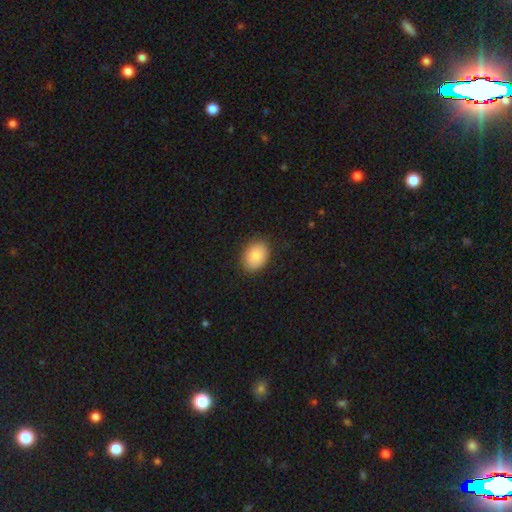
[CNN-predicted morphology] smooth 86%, star or artifact 7%, featured or disk 7%. Down the decision tree: how rounded — in between (71%); merging — none (86%).